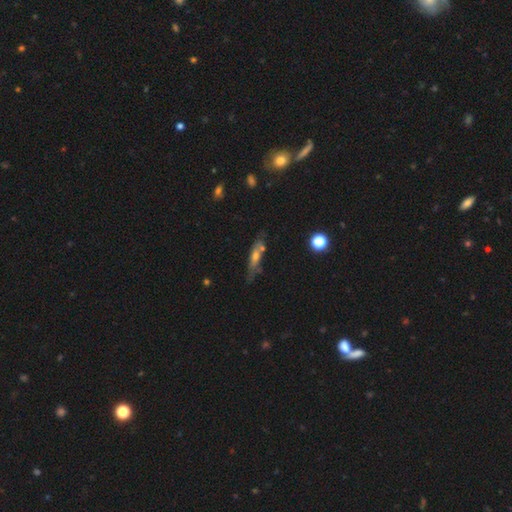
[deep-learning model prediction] Smooth or featured? Predicted: featured or disk (p=0.50). Edge-on disk? Predicted: yes (p=0.64). Merging? Predicted: none (p=0.59).